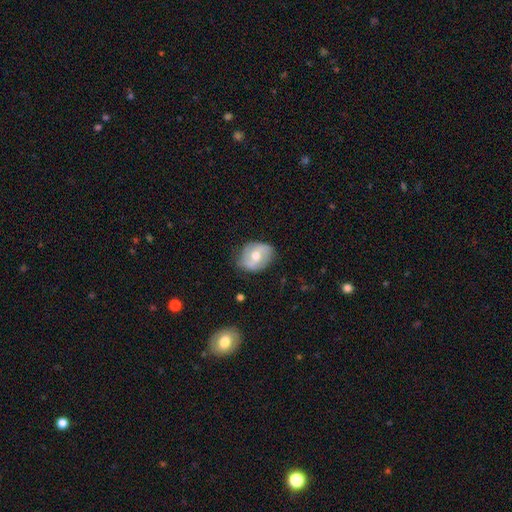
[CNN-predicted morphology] A featured or disk galaxy (51%).

Vote fractions:
- Smooth or featured? featured or disk: 51% / smooth: 41% / star or artifact: 7%
- Edge-on disk? no: 95% / yes: 5%
- Merging? none: 72% / minor disturbance: 22% / major disturbance: 5% / merger: 1%